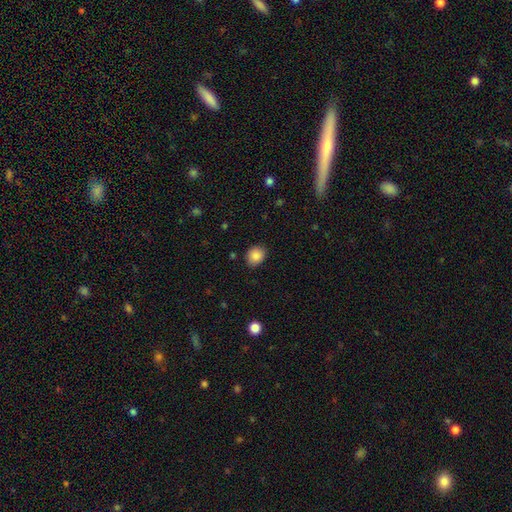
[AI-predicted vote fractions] This appears to be a smooth galaxy with no disk features (87%) that is round (59%). Merging: none (85%).